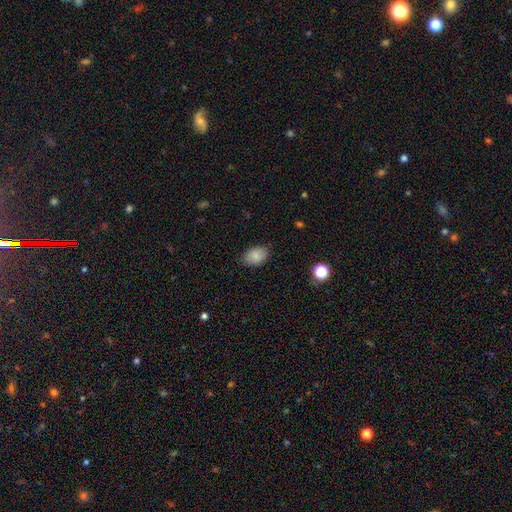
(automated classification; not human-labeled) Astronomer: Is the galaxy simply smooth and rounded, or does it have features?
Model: smooth — 86%.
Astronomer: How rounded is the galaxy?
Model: in between — 85%.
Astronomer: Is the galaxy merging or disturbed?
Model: none — 83%.